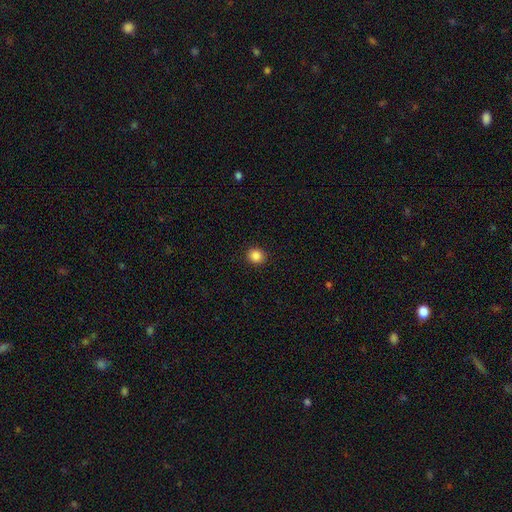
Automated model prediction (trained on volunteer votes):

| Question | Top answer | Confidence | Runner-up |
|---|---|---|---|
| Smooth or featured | smooth | 87% | star or artifact (10%) |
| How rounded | round | 81% | in between (18%) |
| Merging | none | 92% | minor disturbance (6%) |